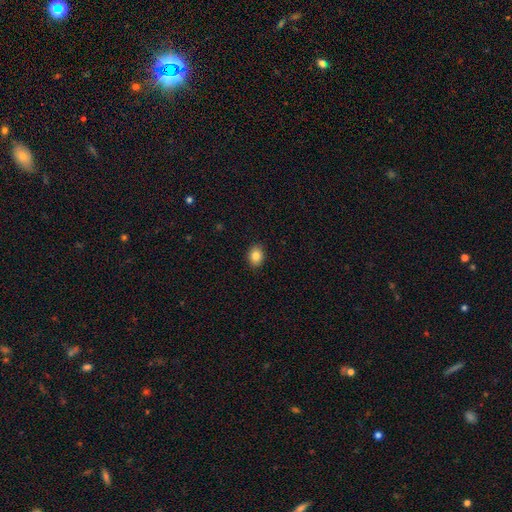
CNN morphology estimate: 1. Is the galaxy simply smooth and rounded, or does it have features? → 83% smooth, 9% star or artifact, 7% featured or disk.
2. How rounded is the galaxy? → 61% in between, 38% round, 1% cigar-shaped.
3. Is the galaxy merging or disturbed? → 90% none, 8% minor disturbance, 2% major disturbance, 1% merger.